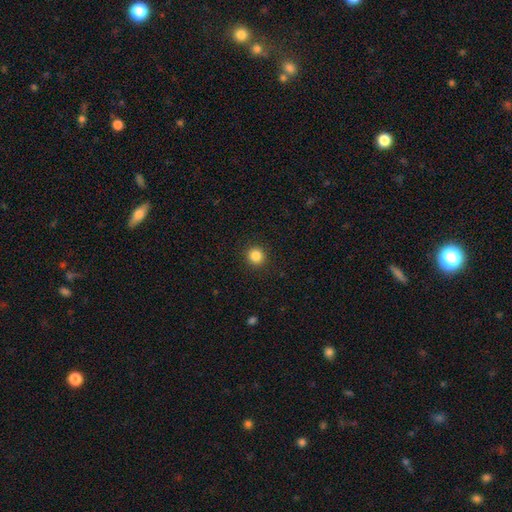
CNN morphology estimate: A smooth galaxy with no disk features (85%) that is round (93%).

Vote fractions:
- Smooth or featured? smooth: 85% / star or artifact: 11% / featured or disk: 4%
- How rounded? round: 93% / in between: 6% / cigar-shaped: 1%
- Merging? none: 92% / minor disturbance: 5% / major disturbance: 2% / merger: 1%